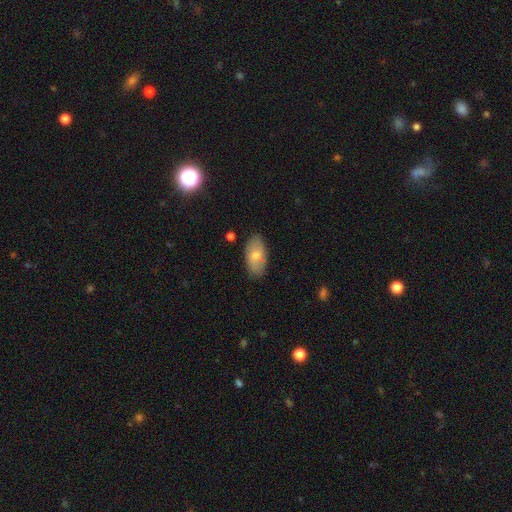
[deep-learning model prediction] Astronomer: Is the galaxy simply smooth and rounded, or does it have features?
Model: smooth — 72%.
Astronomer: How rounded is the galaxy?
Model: in between — 94%.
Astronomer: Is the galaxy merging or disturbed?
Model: none — 82%.